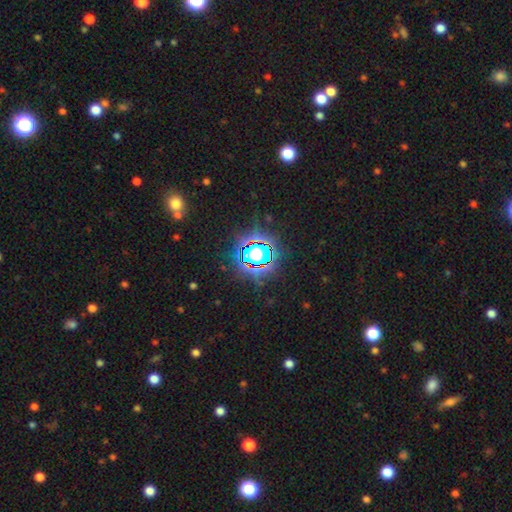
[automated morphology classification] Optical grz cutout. It shows a star or artifact, not a galaxy (72%).